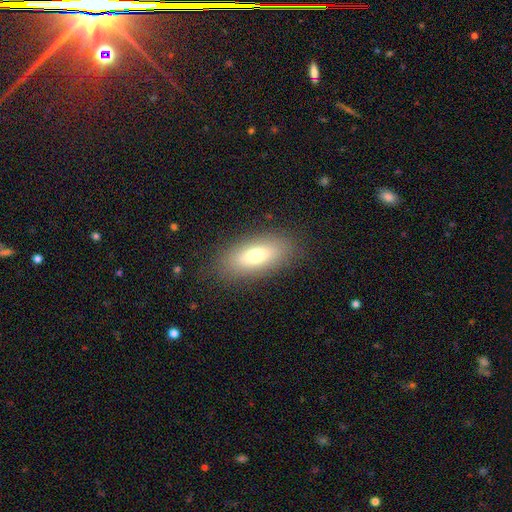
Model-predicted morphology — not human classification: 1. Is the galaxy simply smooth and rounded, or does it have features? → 72% smooth, 19% featured or disk, 9% star or artifact.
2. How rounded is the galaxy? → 79% in between, 17% cigar-shaped, 4% round.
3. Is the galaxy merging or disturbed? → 86% none, 10% minor disturbance, 4% major disturbance, 1% merger.